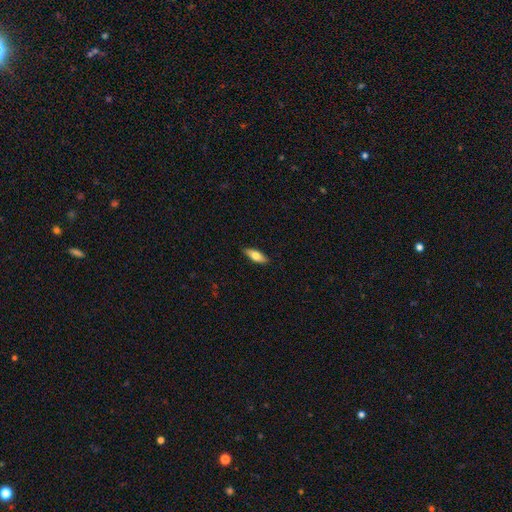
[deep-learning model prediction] smooth-or-featured: smooth: 70% | featured or disk: 24% | star or artifact: 6%
  how-rounded: in between: 71% | cigar-shaped: 26% | round: 3%
  merging: none: 88% | minor disturbance: 9% | major disturbance: 2% | merger: 1%